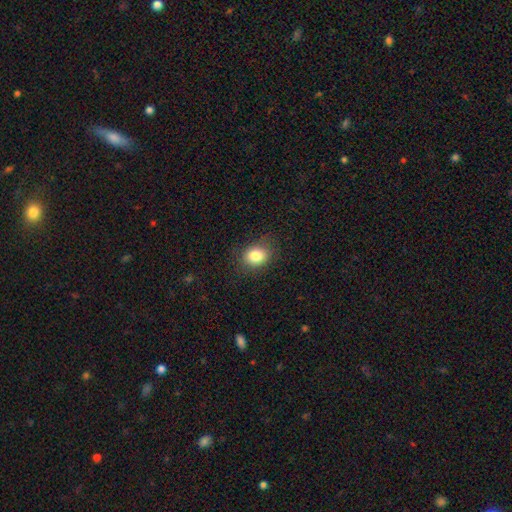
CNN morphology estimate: Overall: smooth (83%). How rounded: in between (51%; round 48%). Merging: none (82%).